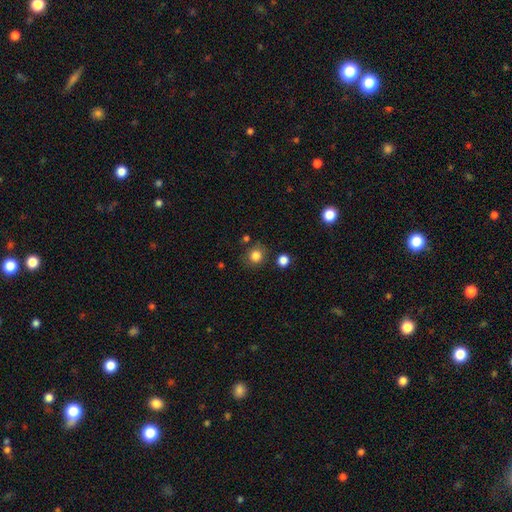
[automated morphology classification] Smooth or featured: smooth — 83% (star or artifact — 12%)
How rounded: round — 87% (in between — 12%)
Merging: none — 80% (minor disturbance — 11%)